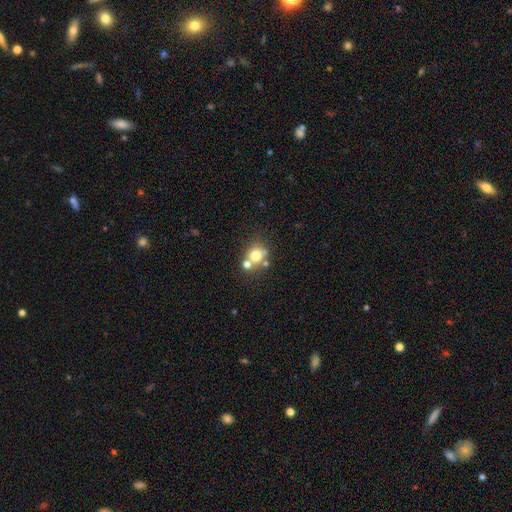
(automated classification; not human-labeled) A smooth galaxy with no disk features (69%) that is round (78%). Merging: none (52%).